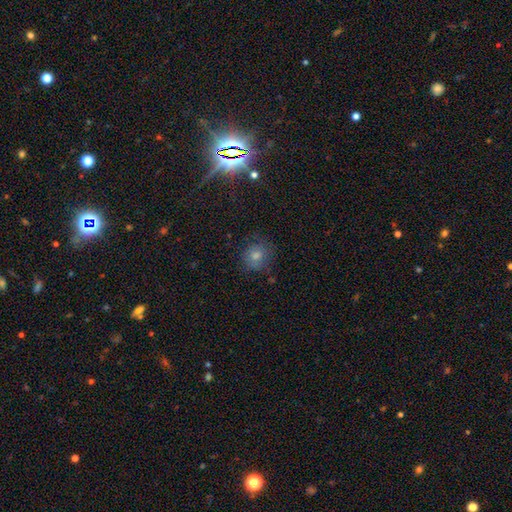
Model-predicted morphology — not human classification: Smooth or featured? smooth (46%)
Merging? none (81%)